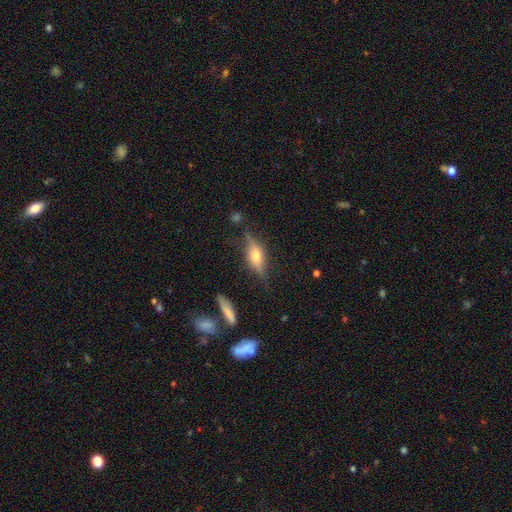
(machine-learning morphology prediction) A featured or disk galaxy (56%) viewed edge-on (91%) with a rounded central bulge (89%). Merging: none (72%).